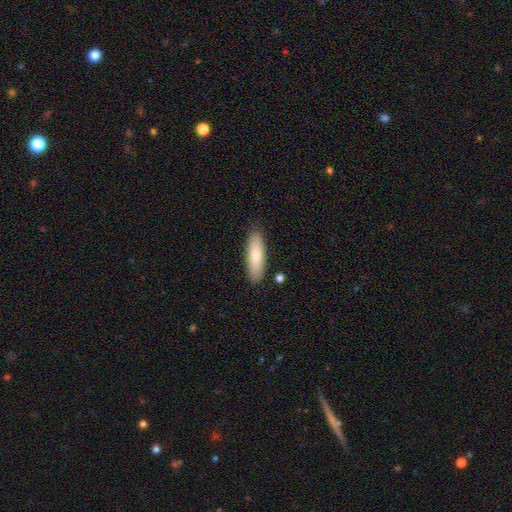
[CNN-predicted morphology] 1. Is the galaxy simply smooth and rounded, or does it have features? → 77% smooth, 17% featured or disk, 6% star or artifact.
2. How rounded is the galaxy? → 53% cigar-shaped, 45% in between, 2% round.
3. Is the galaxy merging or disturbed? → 86% none, 10% minor disturbance, 2% major disturbance, 2% merger.